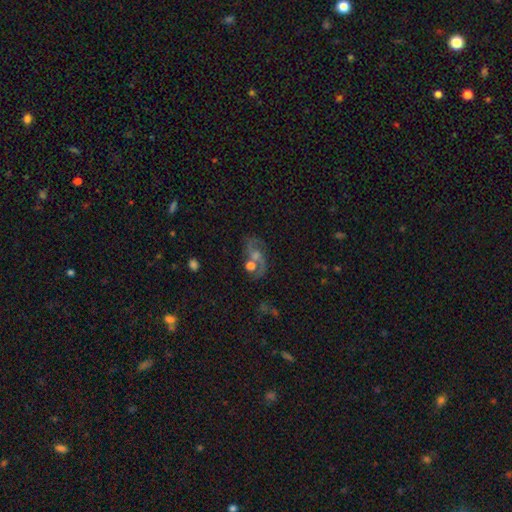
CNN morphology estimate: This appears to be a featured or disk galaxy (69%) with no bar (56%), 2 (86%) loose (44%) spiral arms (87%) and a moderate central bulge (54%). Merging: none (56%).